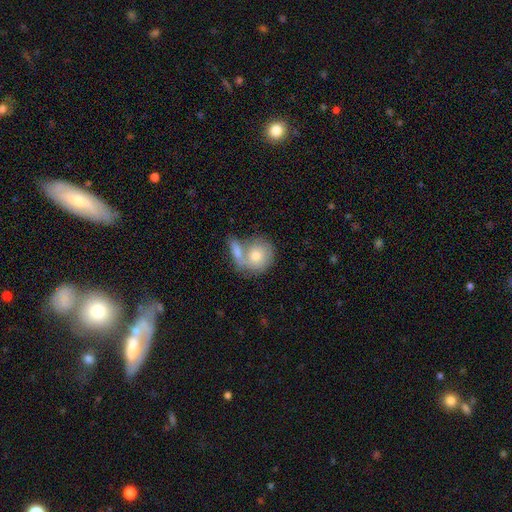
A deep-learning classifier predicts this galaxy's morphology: smooth 65%, featured or disk 29%, star or artifact 7%. Down the decision tree: how rounded — round (71%); merging — merger (49%).